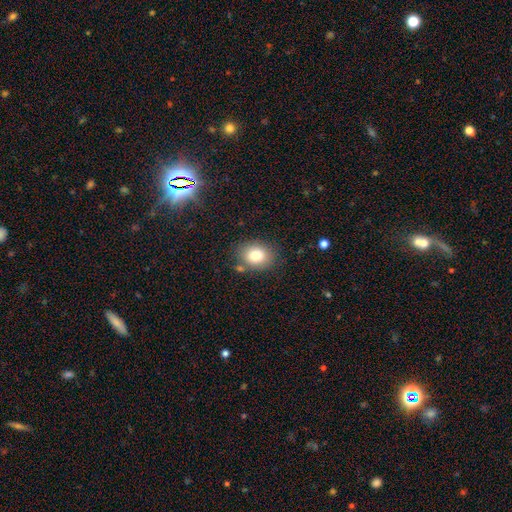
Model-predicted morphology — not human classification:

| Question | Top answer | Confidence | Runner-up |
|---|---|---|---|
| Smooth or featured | smooth | 81% | featured or disk (10%) |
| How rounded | in between | 54% | round (45%) |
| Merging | none | 78% | minor disturbance (13%) |